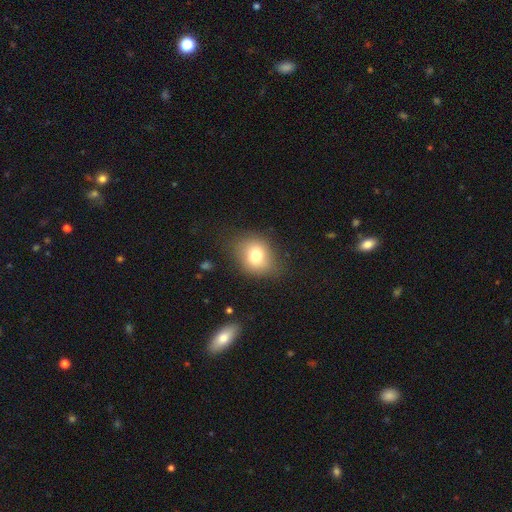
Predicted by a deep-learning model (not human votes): Overall: smooth (76%). How rounded: round (55%; in between 44%). Merging: none (75%).